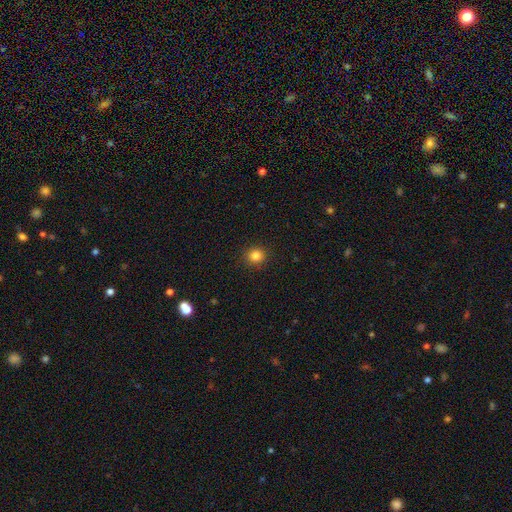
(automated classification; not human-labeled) smooth 84%, star or artifact 12%, featured or disk 4%. Down the decision tree: how rounded — round (90%); merging — none (92%).